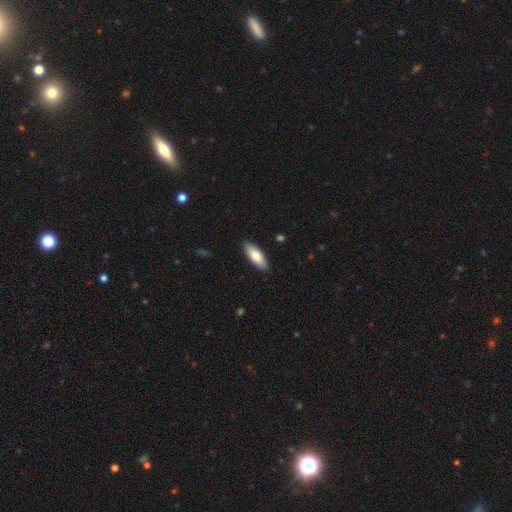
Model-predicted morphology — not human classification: The model was most divided on "how rounded": in between: 72%, cigar-shaped: 27%, round: 2%. More confident: merging — none (89%); smooth or featured — smooth (79%).